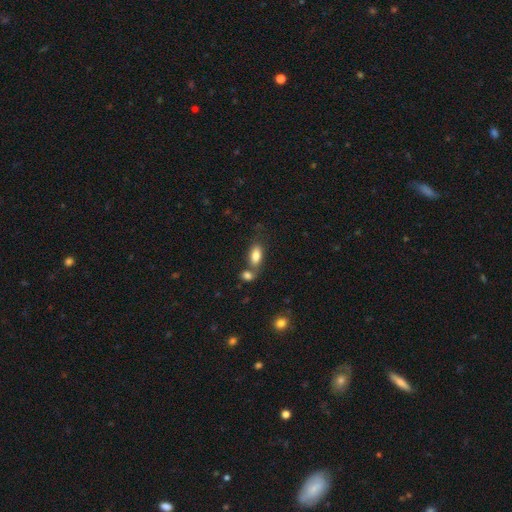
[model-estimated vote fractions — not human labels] Q: Smooth or featured?
A: smooth (83%); runner-up: featured or disk (10%)
Q: How rounded?
A: in between (90%); runner-up: round (5%)
Q: Merging?
A: none (51%); runner-up: merger (34%)